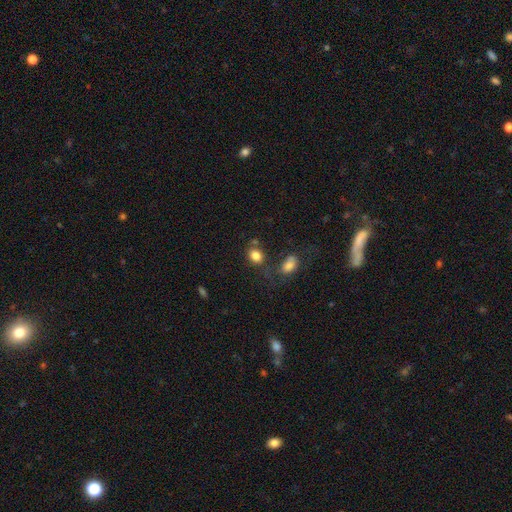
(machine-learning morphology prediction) The model was most divided on "how rounded": in between: 50%, round: 49%, cigar-shaped: 1%. More confident: smooth or featured — smooth (83%); merging — none (65%).